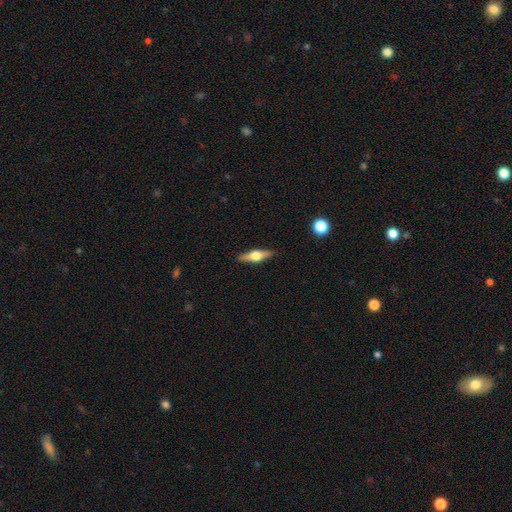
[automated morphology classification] Overall: featured or disk (66%; smooth 28%). Edge-on disk: yes (96%). Edge-on bulge: rounded (93%). Merging: none (89%).